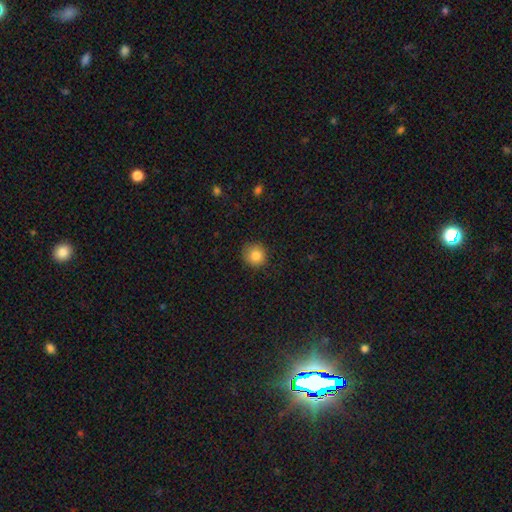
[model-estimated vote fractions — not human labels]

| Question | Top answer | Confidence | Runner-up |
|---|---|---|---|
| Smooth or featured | smooth | 84% | star or artifact (10%) |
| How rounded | round | 91% | in between (8%) |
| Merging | none | 86% | minor disturbance (10%) |